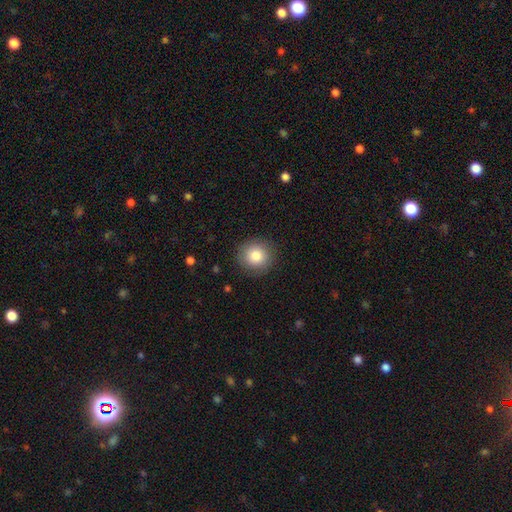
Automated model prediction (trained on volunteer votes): Smooth or featured? Predicted: smooth (p=0.81). How rounded? Predicted: round (p=0.92). Merging? Predicted: none (p=0.88).